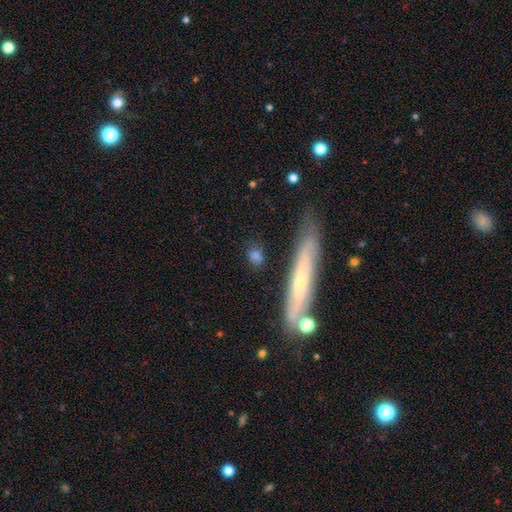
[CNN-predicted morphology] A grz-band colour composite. It shows a smooth galaxy with no disk features (69%) that is cigar-shaped (35%). Merging: none (75%).